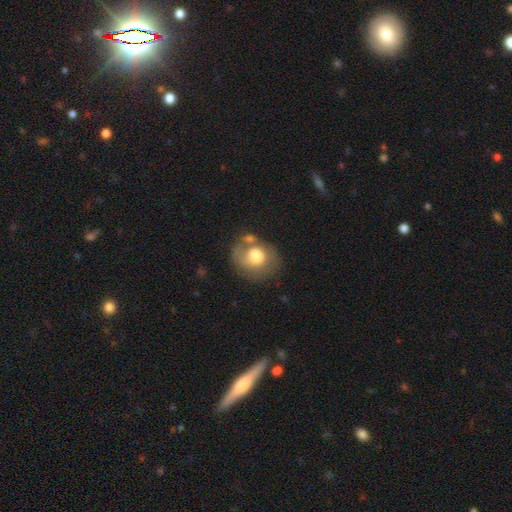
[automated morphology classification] A smooth galaxy with no disk features (61%) that is round (55%).

Vote fractions:
- Smooth or featured? smooth: 61% / featured or disk: 31% / star or artifact: 7%
- How rounded? round: 55% / in between: 44% / cigar-shaped: 1%
- Merging? none: 43% / minor disturbance: 24% / merger: 18% / major disturbance: 15%